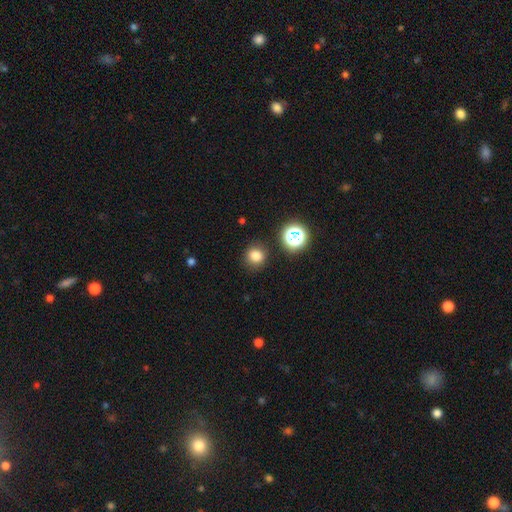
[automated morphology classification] Q: Smooth or featured?
A: smooth (79%); runner-up: star or artifact (16%)
Q: How rounded?
A: round (87%); runner-up: in between (12%)
Q: Merging?
A: none (87%); runner-up: minor disturbance (8%)